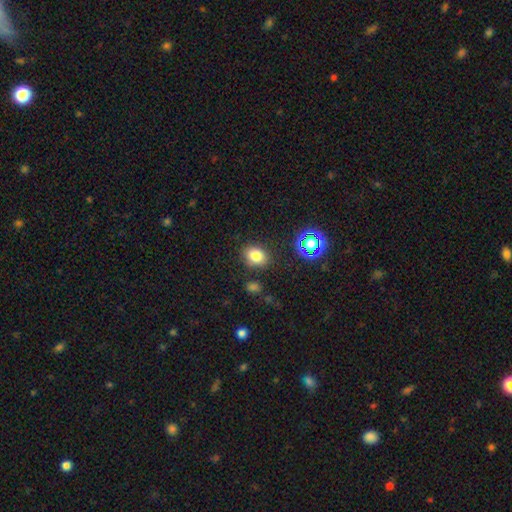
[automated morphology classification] smooth-or-featured: smooth: 79% | star or artifact: 15% | featured or disk: 7%
  how-rounded: in between: 58% | round: 41% | cigar-shaped: 1%
  merging: none: 82% | minor disturbance: 11% | merger: 3% | major disturbance: 3%